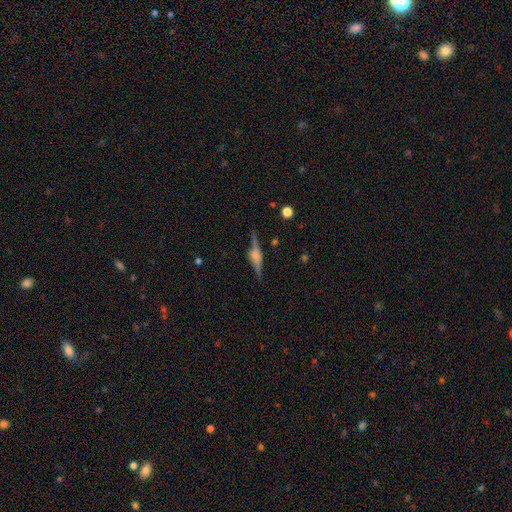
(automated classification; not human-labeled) The model was most divided on "edge-on bulge": rounded: 71%, boxy: 25%, none: 4%. More confident: edge-on disk — yes (97%); merging — none (84%); smooth or featured — featured or disk (78%).